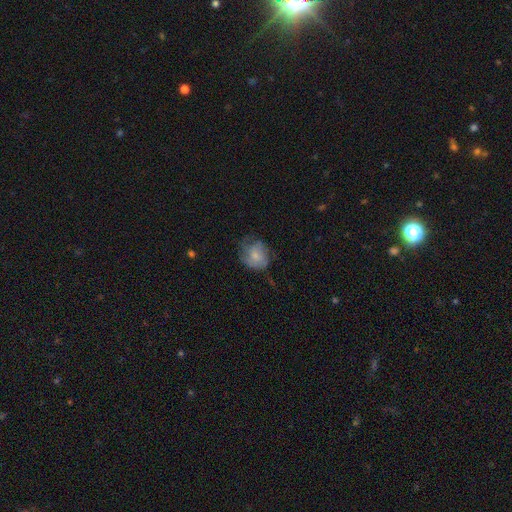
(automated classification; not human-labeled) smooth_or_featured: smooth (p=0.65) [alt: featured or disk p=0.27]
how_rounded: round (p=0.67) [alt: in between p=0.32]
merging: none (p=0.49) [alt: minor disturbance p=0.32]